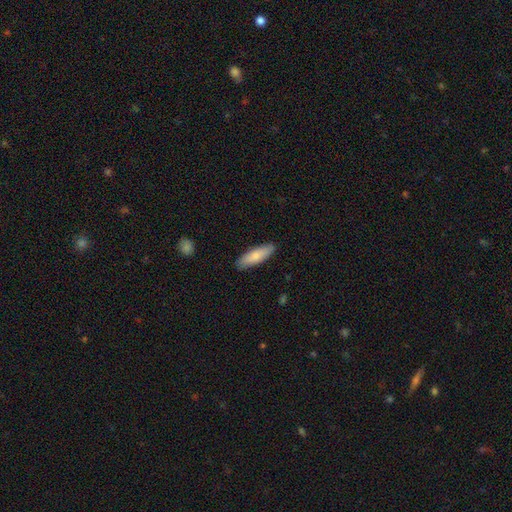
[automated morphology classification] A smooth galaxy with no disk features (80%) that is cigar-shaped (56%).

Vote fractions:
- Smooth or featured? smooth: 80% / featured or disk: 14% / star or artifact: 5%
- How rounded? cigar-shaped: 56% / in between: 43% / round: 2%
- Merging? none: 88% / minor disturbance: 9% / major disturbance: 2% / merger: 1%